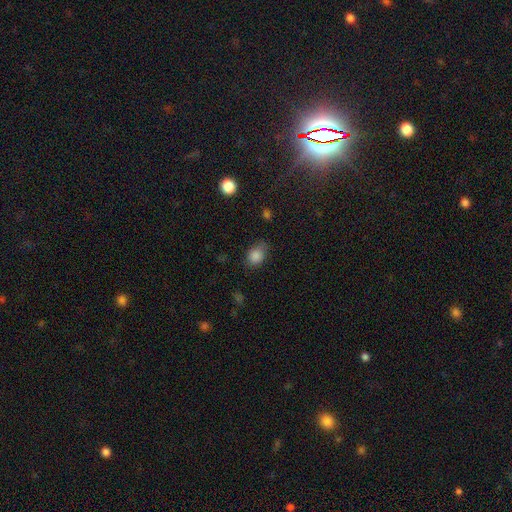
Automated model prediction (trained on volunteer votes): Smooth or featured? Predicted: smooth (p=0.86). How rounded? Predicted: in between (p=0.63). Merging? Predicted: none (p=0.64).